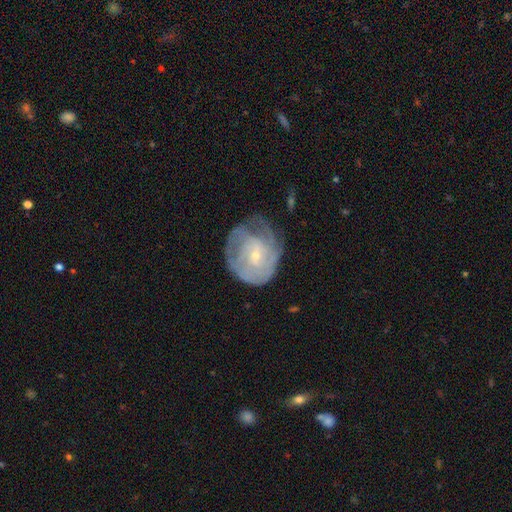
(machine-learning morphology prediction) Smooth or featured? Predicted: featured or disk (p=0.73). Edge-on disk? Predicted: no (p=0.97). Bar? Predicted: no (p=0.59). Spiral arms? Predicted: yes (p=0.82). Spiral winding? Predicted: tight (p=0.59). Spiral arm count? Predicted: can't tell (p=0.51). Bulge size? Predicted: small (p=0.78). Merging? Predicted: none (p=0.49).